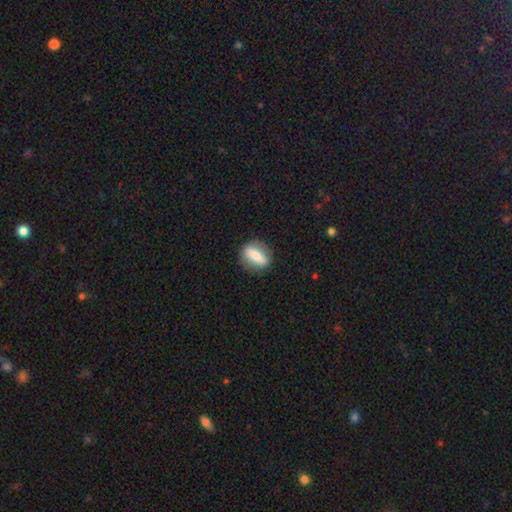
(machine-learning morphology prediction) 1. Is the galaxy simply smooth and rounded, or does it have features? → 60% smooth, 33% featured or disk, 7% star or artifact.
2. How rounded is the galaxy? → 60% in between, 24% round, 16% cigar-shaped.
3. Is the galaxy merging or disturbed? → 84% none, 11% minor disturbance, 4% major disturbance, 1% merger.